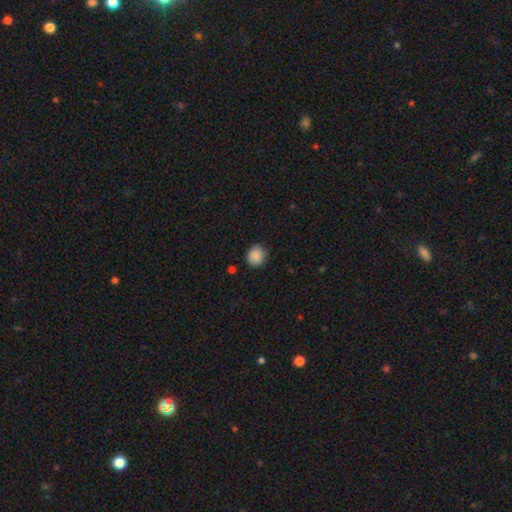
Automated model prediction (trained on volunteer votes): The model was most divided on "how rounded": round: 82%, in between: 17%, cigar-shaped: 1%. More confident: smooth or featured — smooth (88%); merging — none (84%).